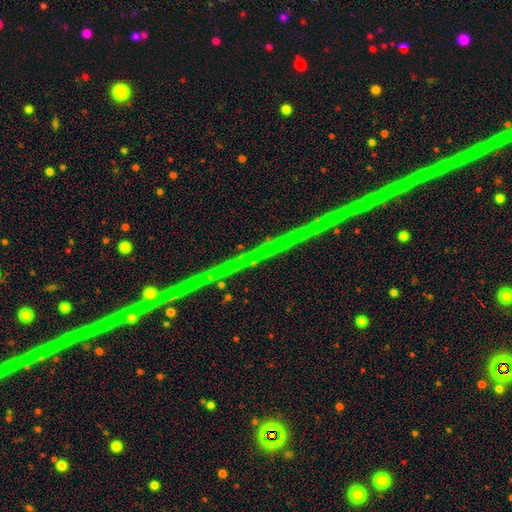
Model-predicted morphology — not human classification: Smooth or featured? Predicted: star or artifact (p=0.77).